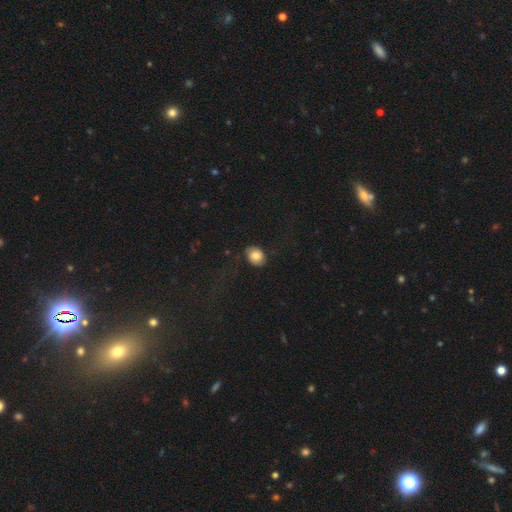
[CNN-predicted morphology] type=smooth (73%); roundness=in between (62%); merging=none (75%).